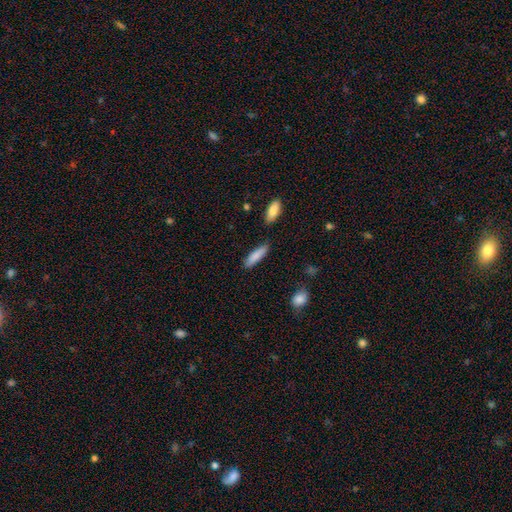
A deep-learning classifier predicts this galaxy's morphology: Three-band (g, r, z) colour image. It shows a smooth galaxy with no disk features (84%) that is cigar-shaped (67%). Merging: none (81%).